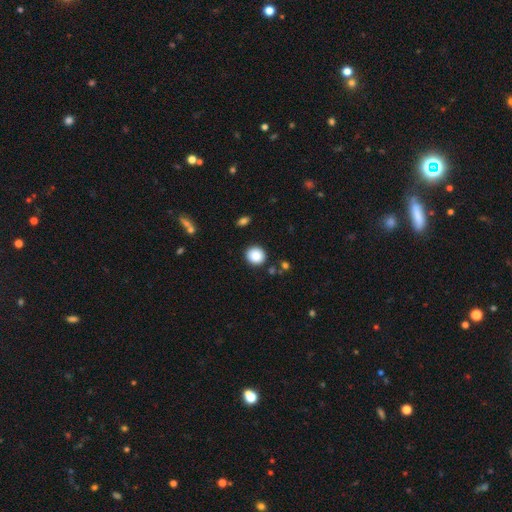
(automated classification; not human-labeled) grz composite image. It shows a smooth galaxy with no disk features (88%) that is round (88%). Merging: none (88%).